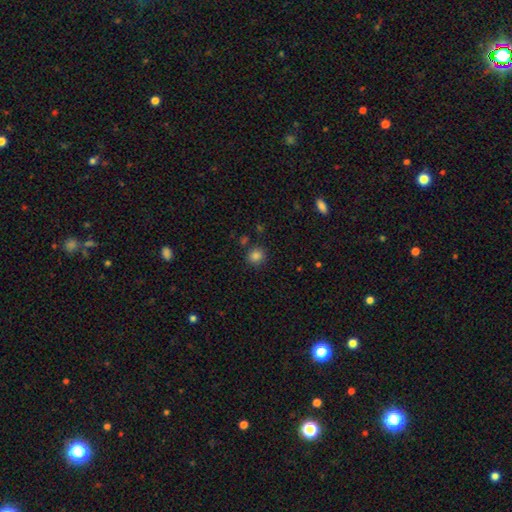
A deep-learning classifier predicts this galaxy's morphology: smooth 84%, star or artifact 12%, featured or disk 4%. Down the decision tree: how rounded — round (85%); merging — none (84%).